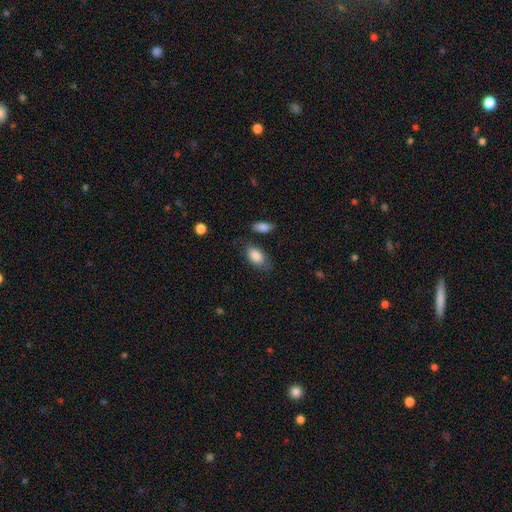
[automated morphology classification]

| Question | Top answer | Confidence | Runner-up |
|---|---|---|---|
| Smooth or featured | smooth | 86% | featured or disk (7%) |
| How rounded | in between | 92% | round (6%) |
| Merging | none | 68% | minor disturbance (21%) |